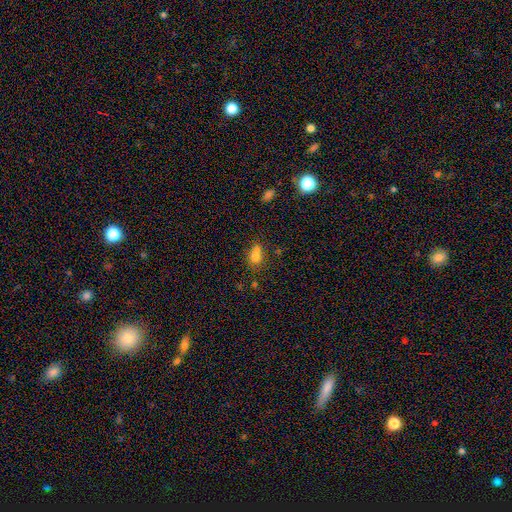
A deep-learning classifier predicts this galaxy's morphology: The model was most divided on "merging": none: 39%, merger: 38%, minor disturbance: 16%, major disturbance: 7%. More confident: smooth or featured — smooth (72%); how rounded — in between (56%).